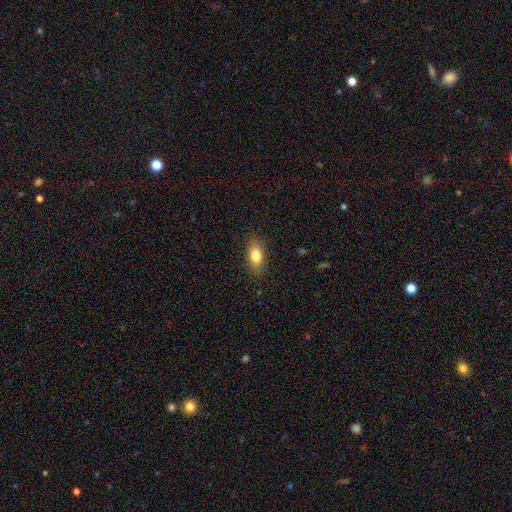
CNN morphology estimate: A smooth galaxy with no disk features (82%) that is in between round and cigar-shaped (85%).

Vote fractions:
- Smooth or featured? smooth: 82% / featured or disk: 10% / star or artifact: 8%
- How rounded? in between: 85% / round: 8% / cigar-shaped: 7%
- Merging? none: 85% / minor disturbance: 11% / major disturbance: 3% / merger: 1%